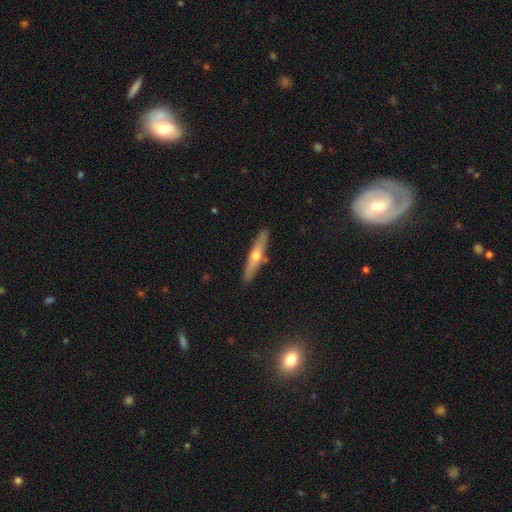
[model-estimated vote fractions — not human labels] A featured or disk galaxy (56%) viewed edge-on (89%).

Vote fractions:
- Smooth or featured? featured or disk: 56% / smooth: 37% / star or artifact: 7%
- Edge-on disk? yes: 89% / no: 11%
- Merging? none: 88% / minor disturbance: 8% / merger: 2% / major disturbance: 2%